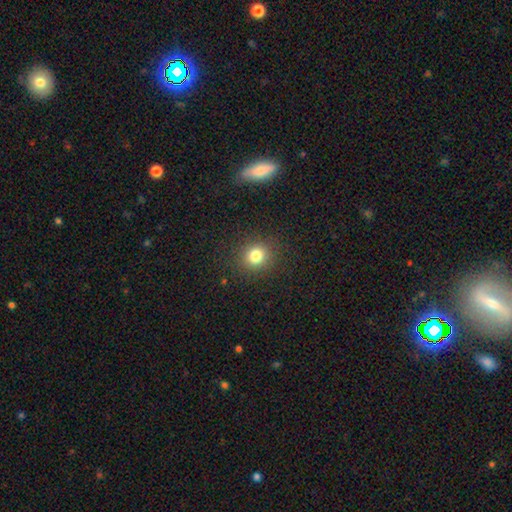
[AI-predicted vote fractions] A smooth galaxy with no disk features (80%) that is round (85%).

Vote fractions:
- Smooth or featured? smooth: 80% / star or artifact: 14% / featured or disk: 7%
- How rounded? round: 85% / in between: 14% / cigar-shaped: 1%
- Merging? none: 89% / minor disturbance: 7% / major disturbance: 3% / merger: 1%